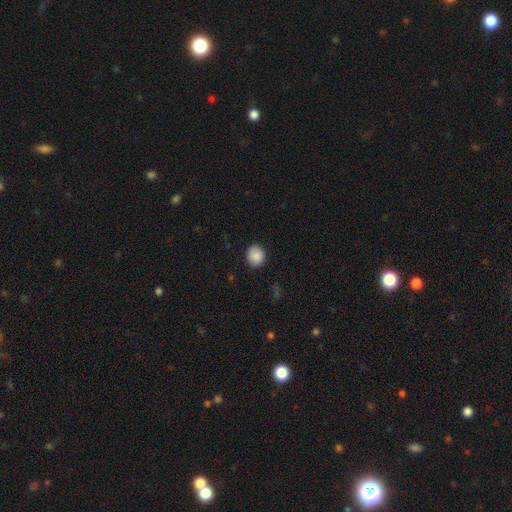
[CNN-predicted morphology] type=smooth (88%); roundness=round (68%); merging=none (89%).